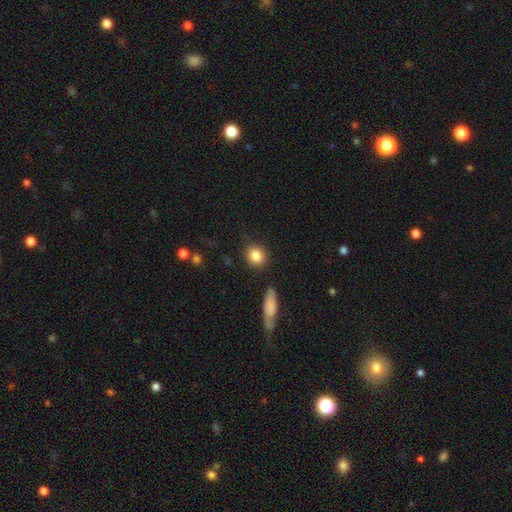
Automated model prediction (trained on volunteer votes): Smooth or featured? Predicted: smooth (p=0.85). How rounded? Predicted: round (p=0.67). Merging? Predicted: none (p=0.85).